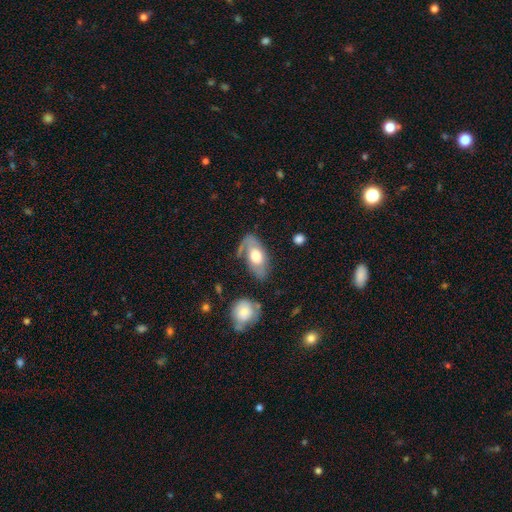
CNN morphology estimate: smooth_or_featured: smooth (p=0.48) [alt: featured or disk p=0.47]
merging: none (p=0.57) [alt: minor disturbance p=0.25]